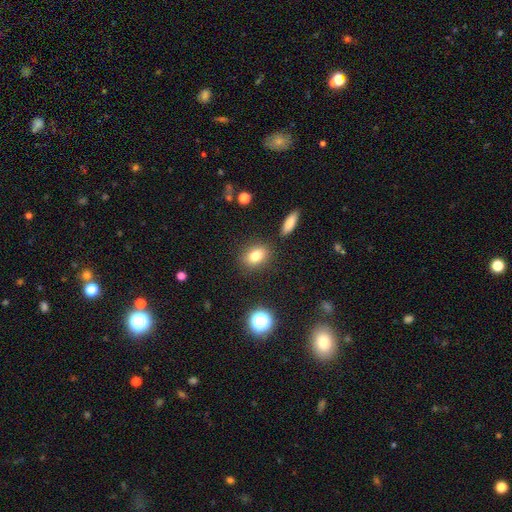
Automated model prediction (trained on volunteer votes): This is clearly a smooth galaxy (81%). How rounded: likely in between (71%). Merging: clearly none (83%).